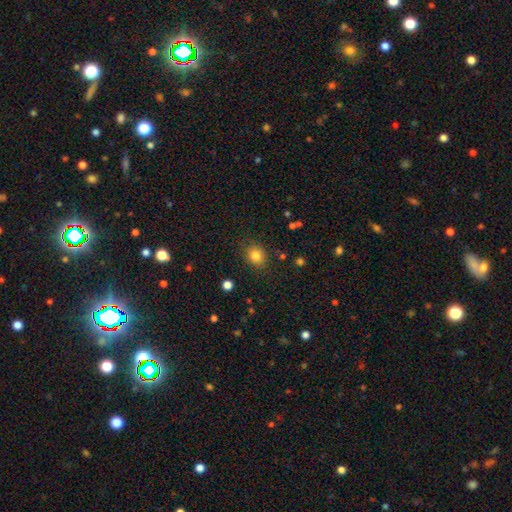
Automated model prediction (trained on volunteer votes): smooth 83%, star or artifact 11%, featured or disk 6%. Down the decision tree: how rounded — round (68%); merging — none (85%).